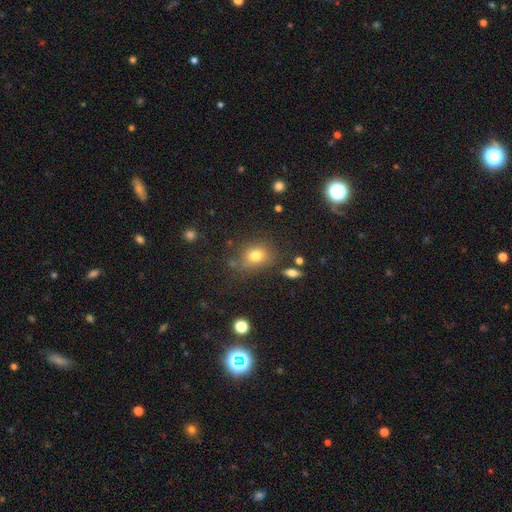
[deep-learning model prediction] This appears to be a smooth galaxy with no disk features (76%) that is round (55%). Merging: none (72%).